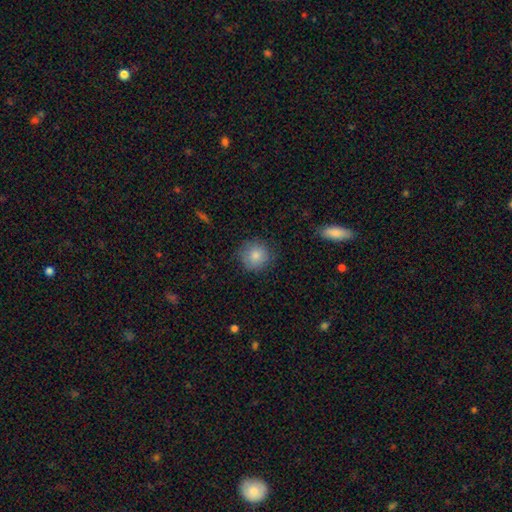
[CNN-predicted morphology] Smooth or featured? smooth (84%)
How rounded? round (92%)
Merging? none (81%)